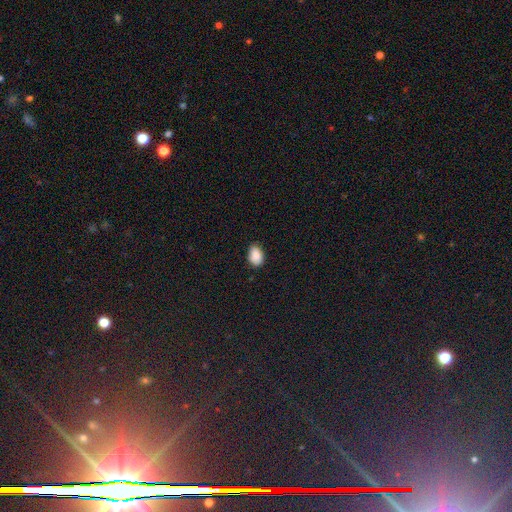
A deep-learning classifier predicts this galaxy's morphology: Smooth or featured? smooth (89%)
How rounded? in between (86%)
Merging? none (81%)